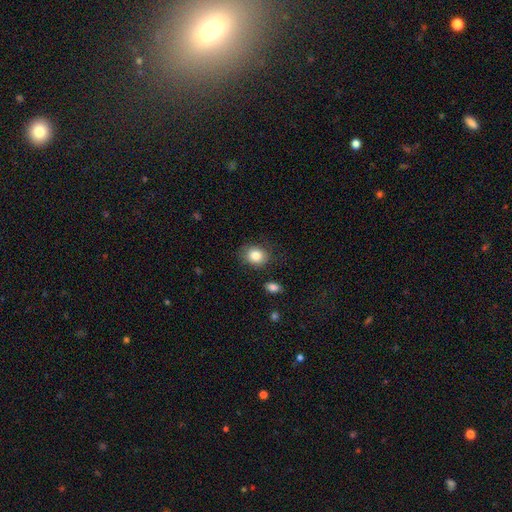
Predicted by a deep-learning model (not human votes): Q: Smooth or featured?
A: smooth (84%); runner-up: star or artifact (9%)
Q: How rounded?
A: round (56%); runner-up: in between (43%)
Q: Merging?
A: none (79%); runner-up: minor disturbance (14%)